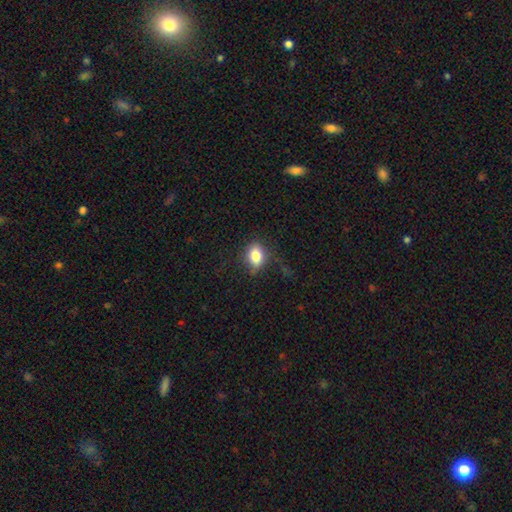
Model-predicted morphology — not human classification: This is clearly a smooth galaxy (82%). How rounded: likely in between (70%). Merging: likely none (71%).